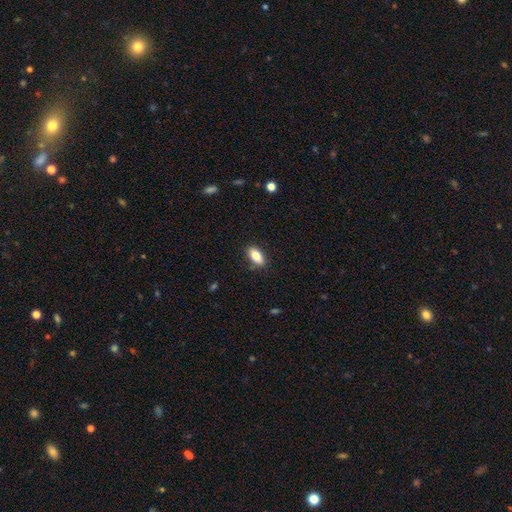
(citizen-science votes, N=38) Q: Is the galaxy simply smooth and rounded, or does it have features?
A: smooth — 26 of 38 (68%).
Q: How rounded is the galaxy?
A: in between — 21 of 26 (81%).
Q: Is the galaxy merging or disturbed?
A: none — 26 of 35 (74%).